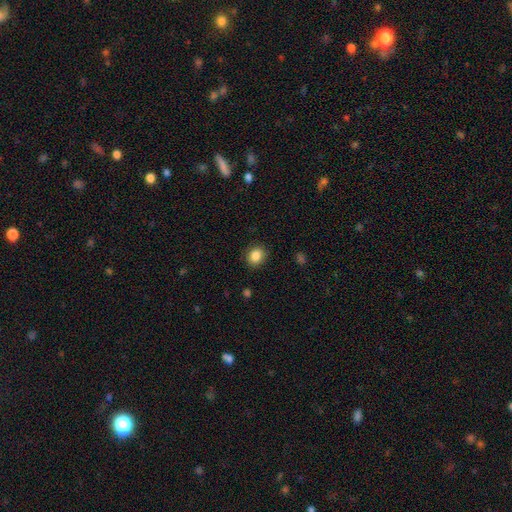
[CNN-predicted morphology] smooth-or-featured: smooth: 86% | star or artifact: 9% | featured or disk: 4%
  how-rounded: round: 63% | in between: 36% | cigar-shaped: 1%
  merging: none: 89% | minor disturbance: 8% | major disturbance: 2% | merger: 1%